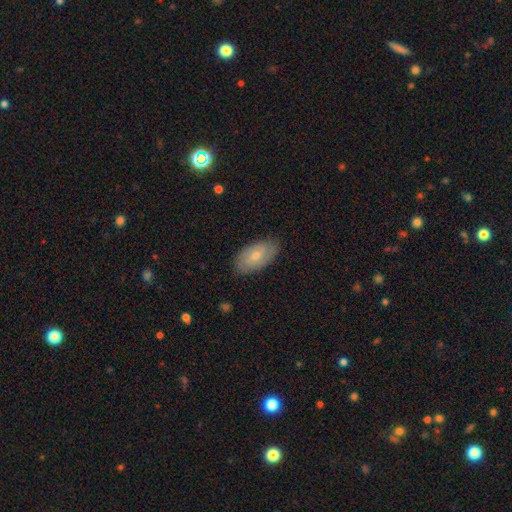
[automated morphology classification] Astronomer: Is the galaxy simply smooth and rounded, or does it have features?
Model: smooth — 56% (runner-up: featured or disk, 39%).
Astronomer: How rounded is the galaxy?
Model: in between — 93%.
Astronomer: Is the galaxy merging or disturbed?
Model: none — 82%.